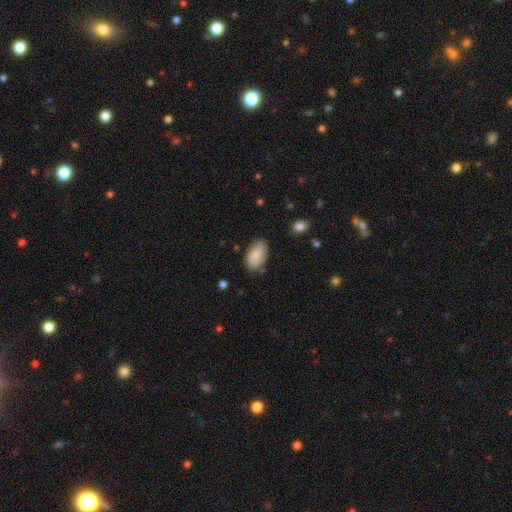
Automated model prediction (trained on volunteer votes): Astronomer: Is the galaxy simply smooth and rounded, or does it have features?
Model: smooth — 84%.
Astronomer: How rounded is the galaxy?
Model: in between — 94%.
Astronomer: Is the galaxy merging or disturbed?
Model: none — 74%.